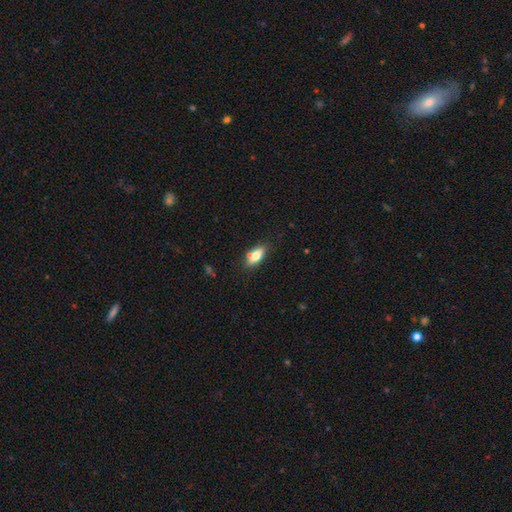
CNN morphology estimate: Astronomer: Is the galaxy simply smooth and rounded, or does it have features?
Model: smooth — 70%.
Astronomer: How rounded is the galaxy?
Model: in between — 77%.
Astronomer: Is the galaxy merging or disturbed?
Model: none — 72%.